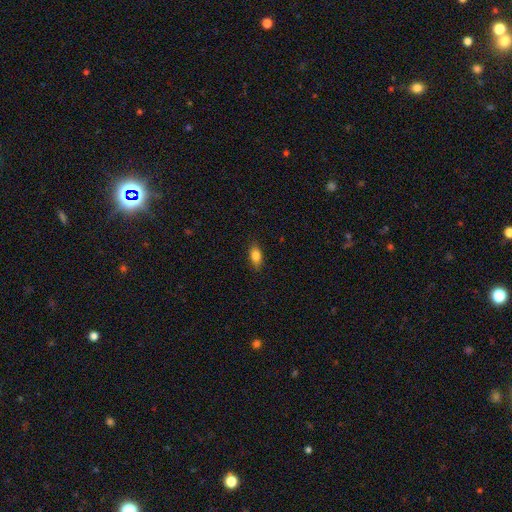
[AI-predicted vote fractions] A smooth galaxy with no disk features (84%) that is in between round and cigar-shaped (84%).

Vote fractions:
- Smooth or featured? smooth: 84% / star or artifact: 8% / featured or disk: 8%
- How rounded? in between: 84% / round: 10% / cigar-shaped: 6%
- Merging? none: 84% / minor disturbance: 12% / major disturbance: 3% / merger: 1%